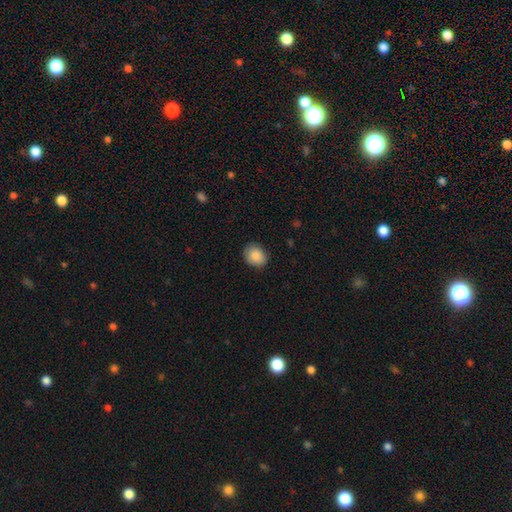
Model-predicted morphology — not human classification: Overall: smooth (88%). How rounded: round (56%; in between 43%). Merging: none (85%).